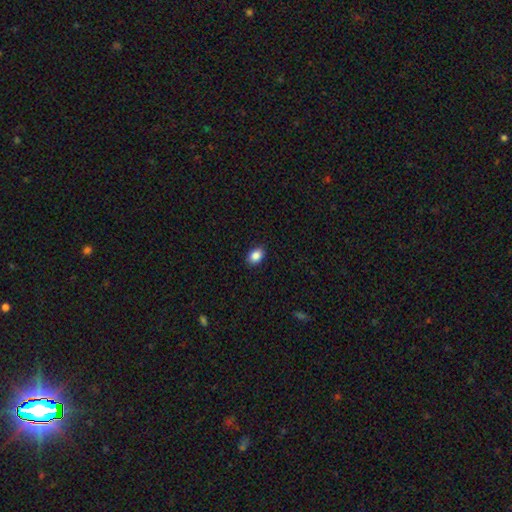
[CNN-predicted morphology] Q: Smooth or featured?
A: smooth (88%); runner-up: star or artifact (8%)
Q: How rounded?
A: in between (78%); runner-up: round (21%)
Q: Merging?
A: none (89%); runner-up: minor disturbance (8%)